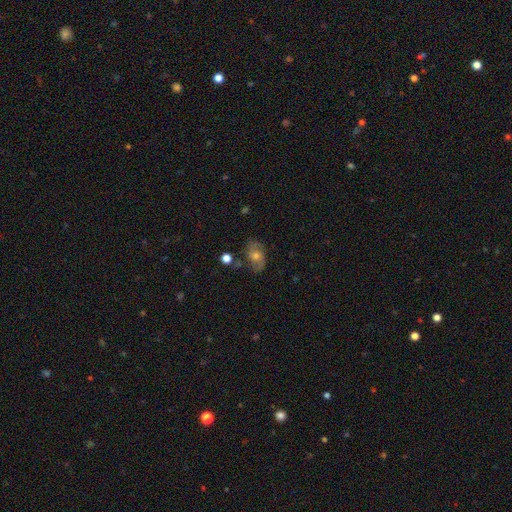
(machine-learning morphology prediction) Smooth or featured?
  - featured or disk: 67% *
  - smooth: 21%
  - star or artifact: 12%
Edge-on disk?
  - no: 96% *
  - yes: 4%
Bar?
  - no: 63% *
  - weak: 31%
  - strong: 5%
Spiral arms?
  - yes: 89% *
  - no: 11%
Spiral winding?
  - medium: 50% *
  - tight: 27%
  - loose: 23%
Spiral arm count?
  - 2: 82% *
  - can't tell: 10%
  - 3: 3%
  - 1: 2%
  - 4: 1%
  - more than 4: 1%
Bulge size?
  - moderate: 61% *
  - small: 25%
  - large: 9%
  - none: 3%
  - dominant: 1%
Merging?
  - none: 77% *
  - minor disturbance: 15%
  - major disturbance: 5%
  - merger: 2%